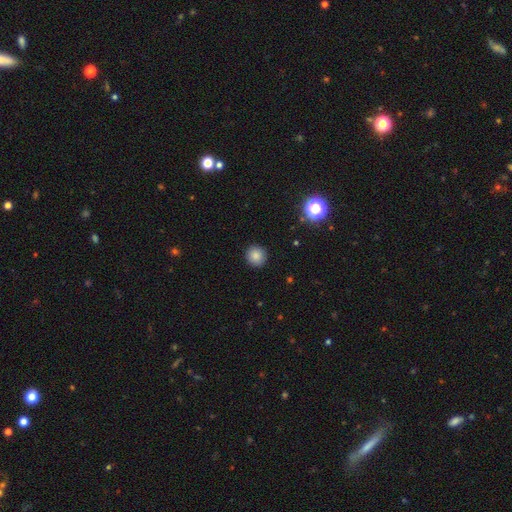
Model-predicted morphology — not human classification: Smooth or featured? smooth (83%)
How rounded? round (93%)
Merging? none (92%)